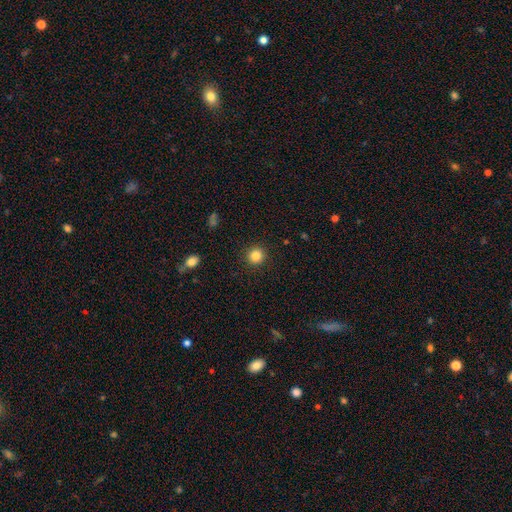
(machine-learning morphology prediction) Overall: smooth (85%). How rounded: round (93%). Merging: none (92%).